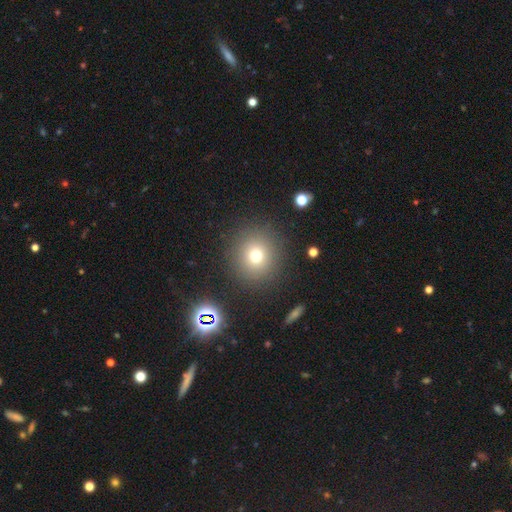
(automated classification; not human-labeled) Smooth or featured?
  - smooth: 72% *
  - star or artifact: 17%
  - featured or disk: 10%
How rounded?
  - round: 93% *
  - in between: 6%
  - cigar-shaped: 1%
Merging?
  - none: 88% *
  - minor disturbance: 6%
  - major disturbance: 3%
  - merger: 2%